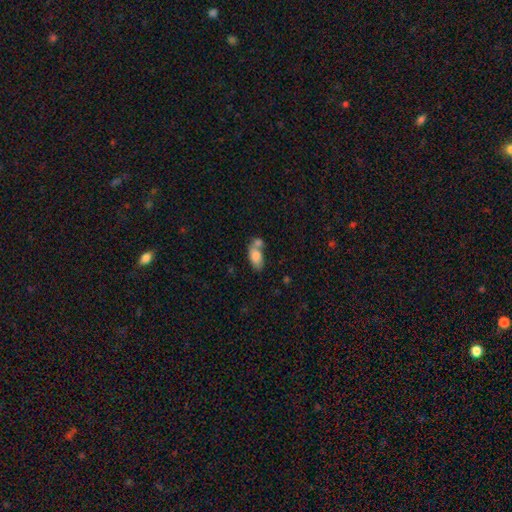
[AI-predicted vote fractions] Q: Smooth or featured?
A: smooth (78%); runner-up: featured or disk (14%)
Q: How rounded?
A: in between (89%); runner-up: round (6%)
Q: Merging?
A: merger (49%); runner-up: none (32%)